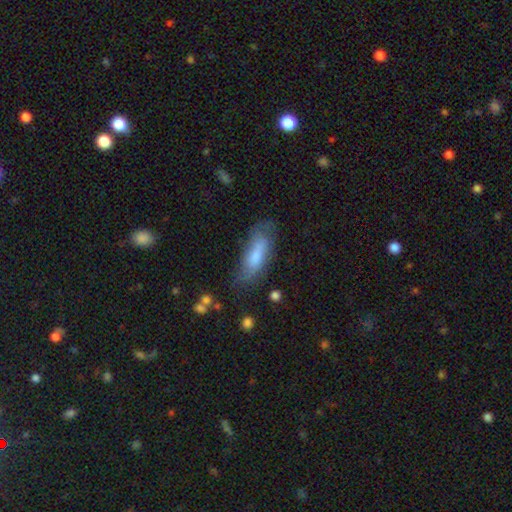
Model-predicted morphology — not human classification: smooth_or_featured: smooth (p=0.62) [alt: featured or disk p=0.30]
how_rounded: in between (p=0.58) [alt: cigar-shaped p=0.40]
merging: none (p=0.59) [alt: minor disturbance p=0.27]